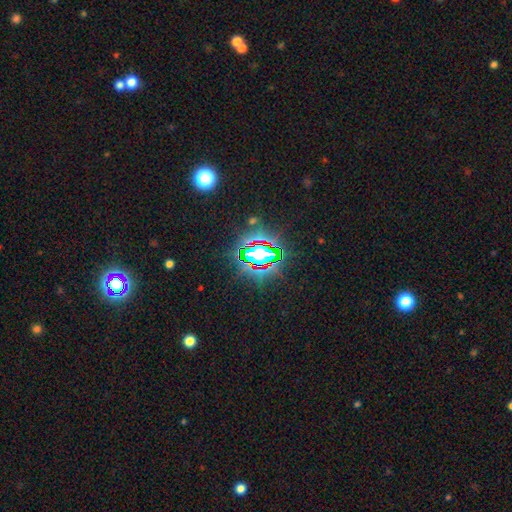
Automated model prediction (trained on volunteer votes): Smooth or featured: star or artifact — 76% (smooth — 14%)